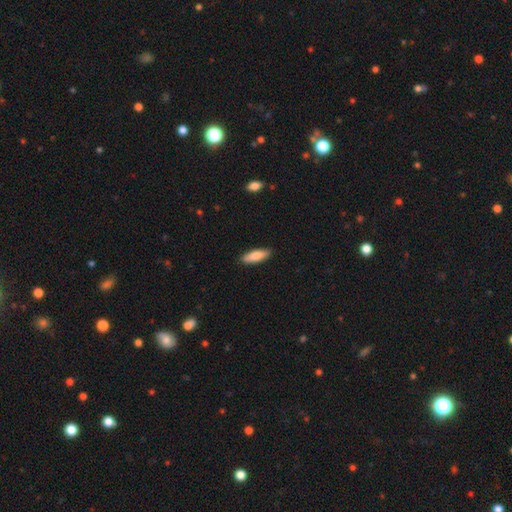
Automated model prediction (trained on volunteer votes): Smooth or featured? smooth (83%)
How rounded? in between (53%)
Merging? none (89%)